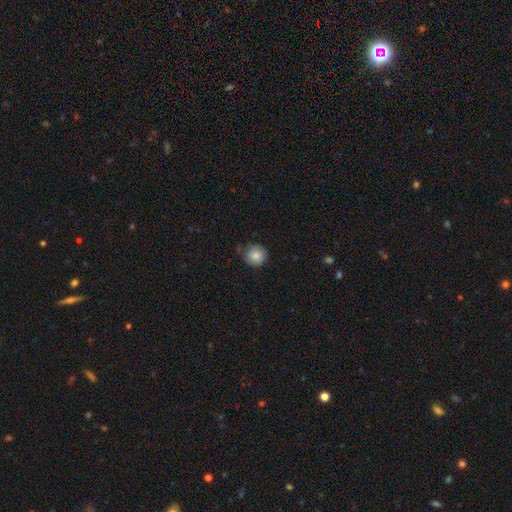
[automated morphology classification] A smooth galaxy with no disk features (78%) that is round (93%). Merging: none (77%).